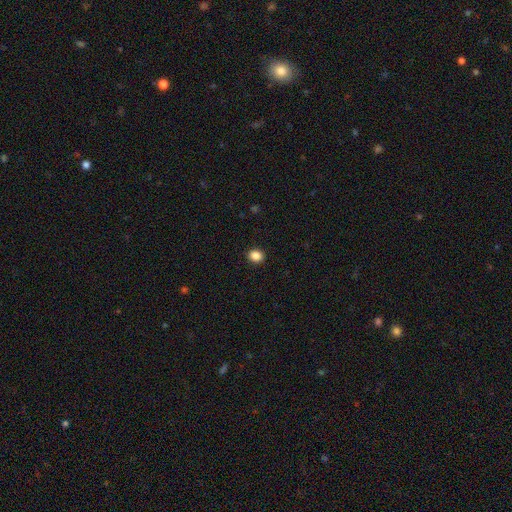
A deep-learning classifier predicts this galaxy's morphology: type=smooth (87%); roundness=round (55%); merging=none (91%).